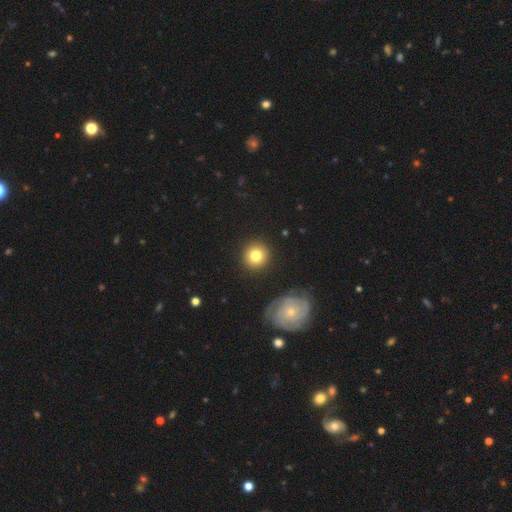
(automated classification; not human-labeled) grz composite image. It shows a smooth galaxy with no disk features (79%) that is round (94%). Merging: none (90%).